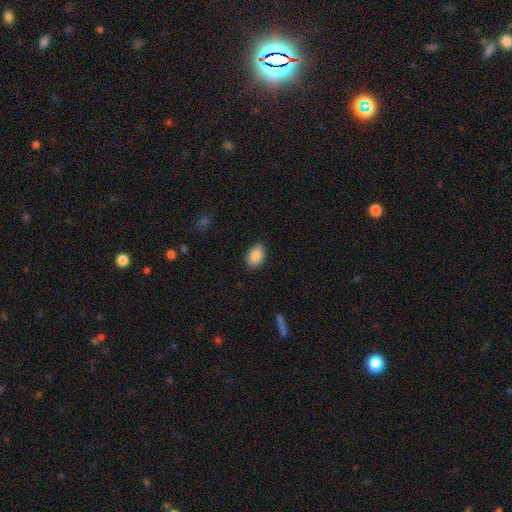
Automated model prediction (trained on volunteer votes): smooth 89%, star or artifact 7%, featured or disk 5%. Down the decision tree: how rounded — in between (89%); merging — none (87%).